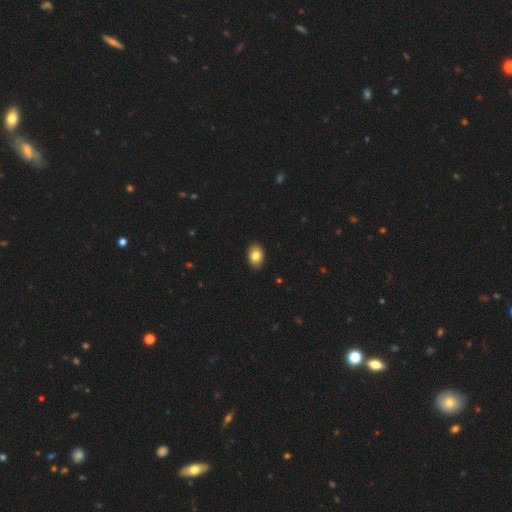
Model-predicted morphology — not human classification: smooth-or-featured: smooth: 84% | featured or disk: 9% | star or artifact: 8%
  how-rounded: in between: 84% | round: 14% | cigar-shaped: 1%
  merging: none: 91% | minor disturbance: 7% | major disturbance: 2% | merger: 1%